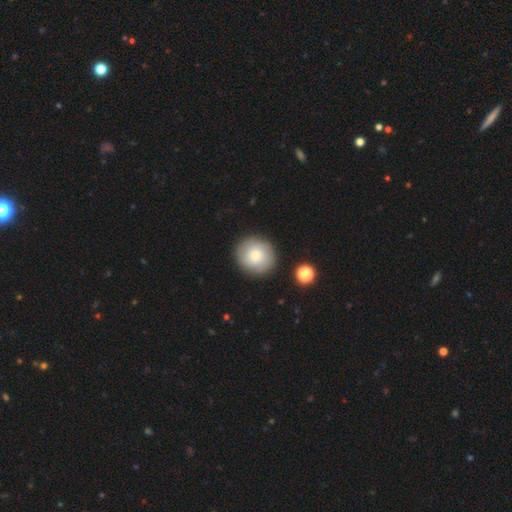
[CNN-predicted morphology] type=smooth (70%); roundness=round (90%); merging=none (86%).